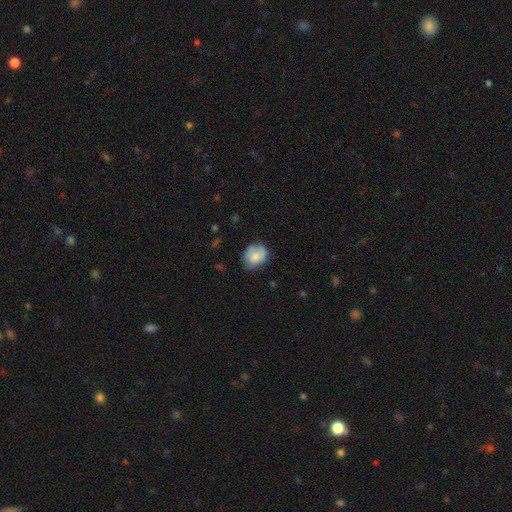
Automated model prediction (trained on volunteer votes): Smooth or featured: smooth — 75% (featured or disk — 17%)
How rounded: round — 55% (in between — 44%)
Merging: none — 62% (minor disturbance — 29%)